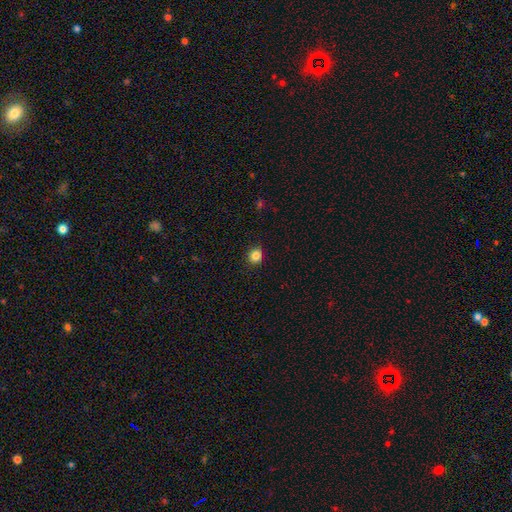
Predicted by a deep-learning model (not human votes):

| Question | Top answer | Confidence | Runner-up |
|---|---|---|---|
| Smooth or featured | smooth | 85% | star or artifact (11%) |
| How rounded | round | 79% | in between (20%) |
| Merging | none | 90% | minor disturbance (7%) |